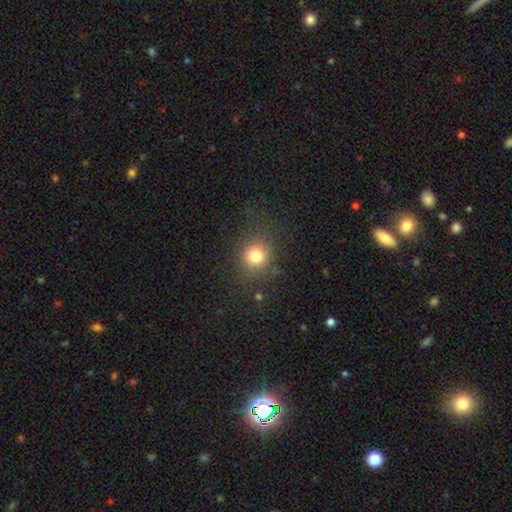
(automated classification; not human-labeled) Q: Smooth or featured?
A: smooth (78%); runner-up: star or artifact (15%)
Q: How rounded?
A: round (88%); runner-up: in between (12%)
Q: Merging?
A: none (82%); runner-up: minor disturbance (10%)